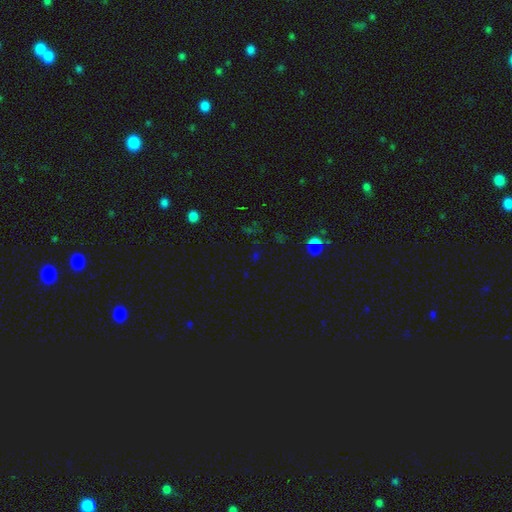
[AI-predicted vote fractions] Smooth or featured? Predicted: star or artifact (p=0.67).